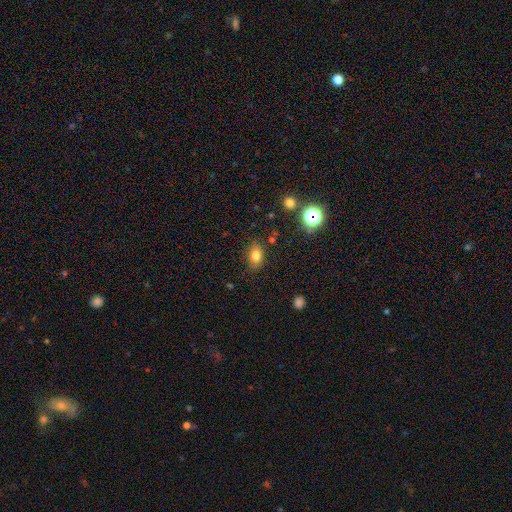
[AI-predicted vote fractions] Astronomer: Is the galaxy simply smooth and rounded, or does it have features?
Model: smooth — 78%.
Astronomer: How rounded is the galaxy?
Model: in between — 74%.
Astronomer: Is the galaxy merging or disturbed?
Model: none — 80%.